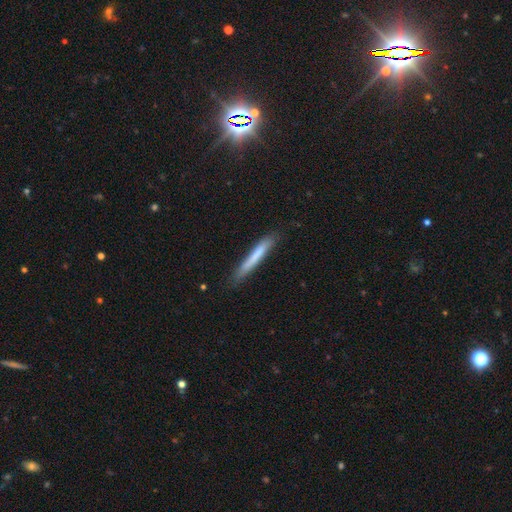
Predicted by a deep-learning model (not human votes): Overall: smooth (70%). How rounded: cigar-shaped (96%). Merging: none (80%).